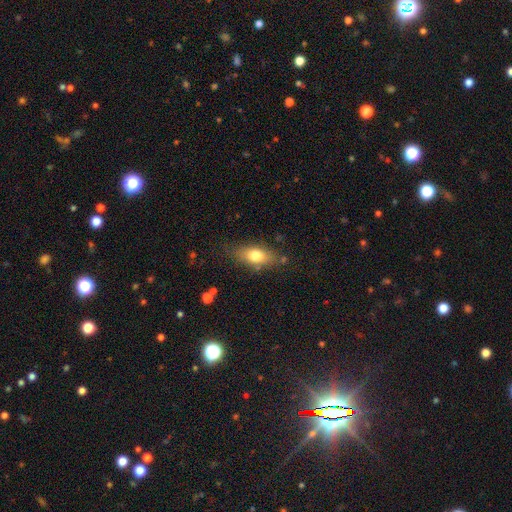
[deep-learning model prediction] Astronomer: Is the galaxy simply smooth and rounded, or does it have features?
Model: smooth — 74%.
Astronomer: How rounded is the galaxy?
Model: in between — 80%.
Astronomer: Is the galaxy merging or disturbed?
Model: none — 75%.